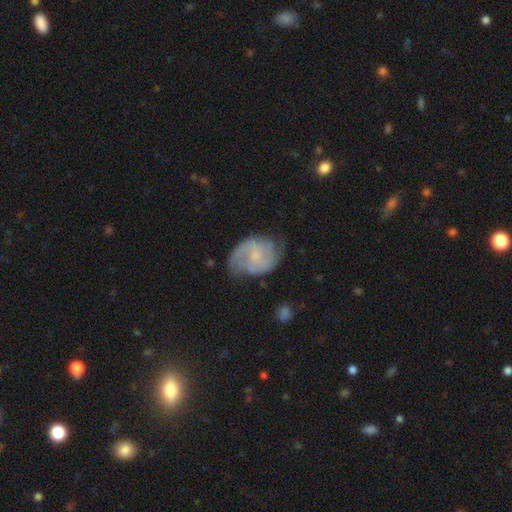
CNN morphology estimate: Q: Smooth or featured?
A: featured or disk (74%); runner-up: smooth (20%)
Q: Edge-on disk?
A: no (98%); runner-up: yes (2%)
Q: Bar?
A: no (49%); runner-up: weak (43%)
Q: Spiral arms?
A: yes (91%); runner-up: no (9%)
Q: Spiral winding?
A: medium (48%); runner-up: tight (29%)
Q: Spiral arm count?
A: 2 (79%); runner-up: can't tell (12%)
Q: Bulge size?
A: small (62%); runner-up: none (17%)
Q: Merging?
A: none (61%); runner-up: minor disturbance (25%)